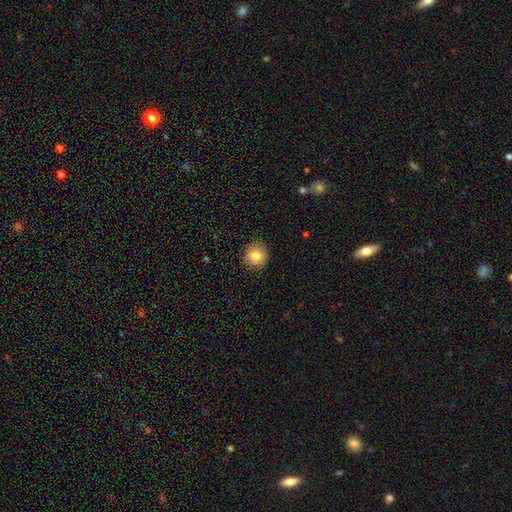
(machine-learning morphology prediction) A smooth galaxy with no disk features (78%) that is round (88%). Merging: none (86%).